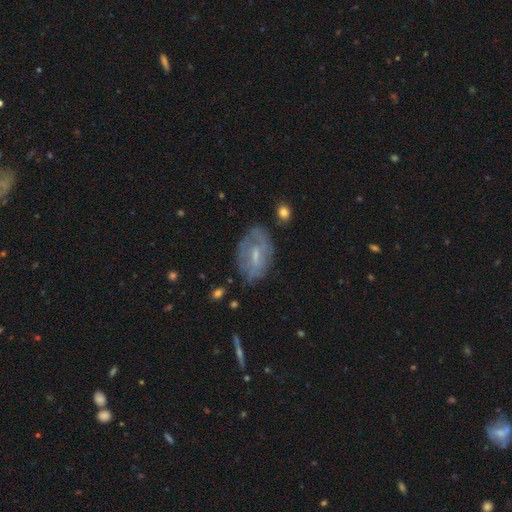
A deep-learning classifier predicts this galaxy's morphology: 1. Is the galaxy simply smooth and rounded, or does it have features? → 57% featured or disk, 35% smooth, 8% star or artifact.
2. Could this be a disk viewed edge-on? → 93% no, 7% yes.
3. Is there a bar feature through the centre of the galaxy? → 52% weak, 36% no, 13% strong.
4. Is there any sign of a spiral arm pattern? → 56% yes, 44% no.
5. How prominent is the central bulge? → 52% small, 34% moderate, 12% none, 2% large, 1% dominant.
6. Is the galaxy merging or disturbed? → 64% none, 24% minor disturbance, 10% major disturbance, 2% merger.